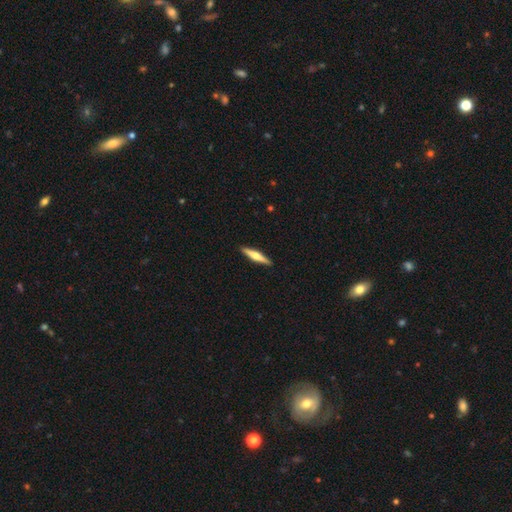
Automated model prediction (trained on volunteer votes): This appears to be a featured or disk galaxy (55%) viewed edge-on (97%) with a rounded central bulge (87%). Merging: none (91%).